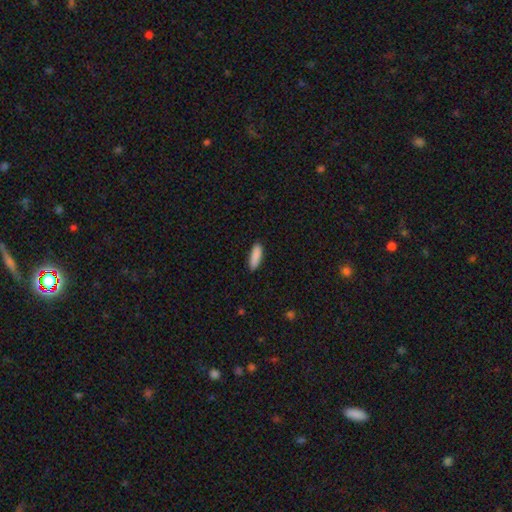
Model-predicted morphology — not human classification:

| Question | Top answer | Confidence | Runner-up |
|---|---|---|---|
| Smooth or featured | smooth | 90% | star or artifact (6%) |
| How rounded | in between | 51% | cigar-shaped (48%) |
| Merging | none | 88% | minor disturbance (9%) |